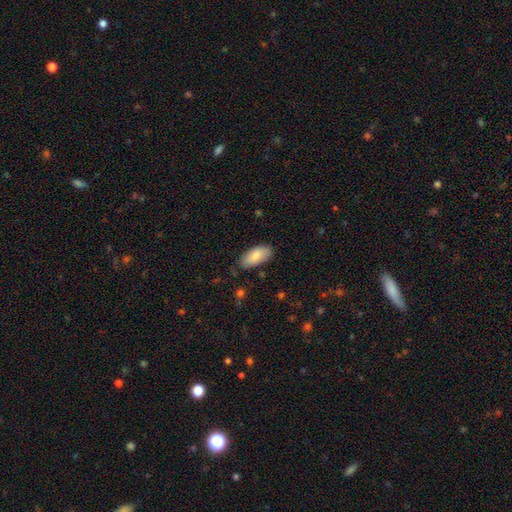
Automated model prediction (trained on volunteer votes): This is clearly a smooth galaxy (83%). How rounded: clearly in between (91%). Merging: clearly none (82%).